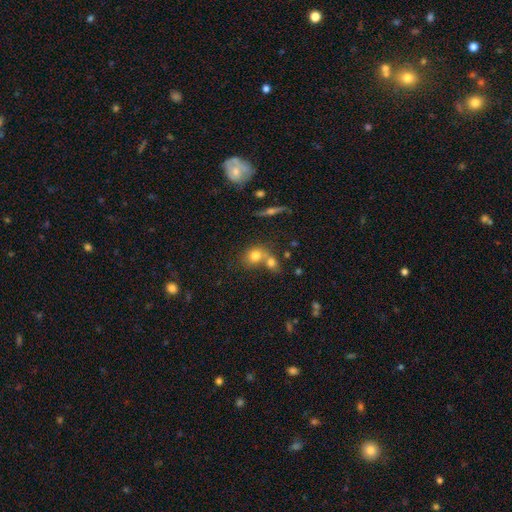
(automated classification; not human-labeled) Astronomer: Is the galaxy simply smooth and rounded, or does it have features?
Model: smooth — 74%.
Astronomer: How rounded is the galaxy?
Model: round — 63%.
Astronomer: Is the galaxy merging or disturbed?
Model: merger — 52% (runner-up: none, 36%).